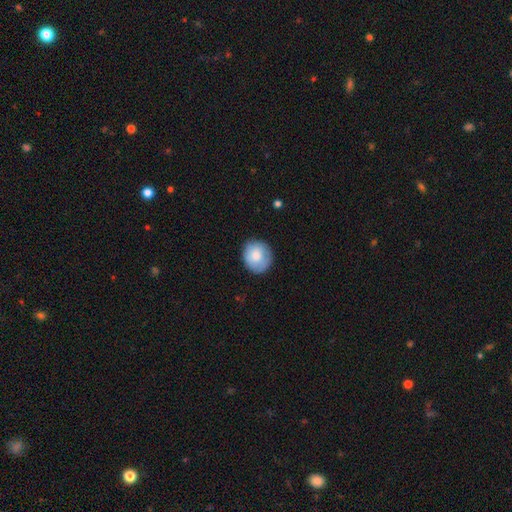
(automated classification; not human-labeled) This appears to be a smooth galaxy with no disk features (78%) that is round (80%). Merging: none (81%).